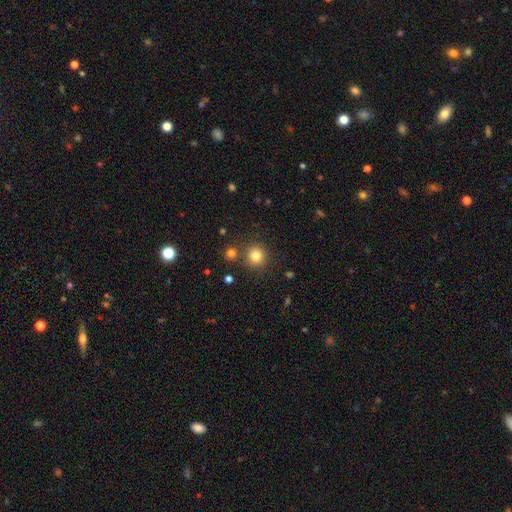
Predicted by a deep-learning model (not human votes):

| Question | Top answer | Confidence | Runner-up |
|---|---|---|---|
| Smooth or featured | smooth | 81% | star or artifact (13%) |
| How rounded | round | 92% | in between (7%) |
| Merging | none | 83% | merger (8%) |